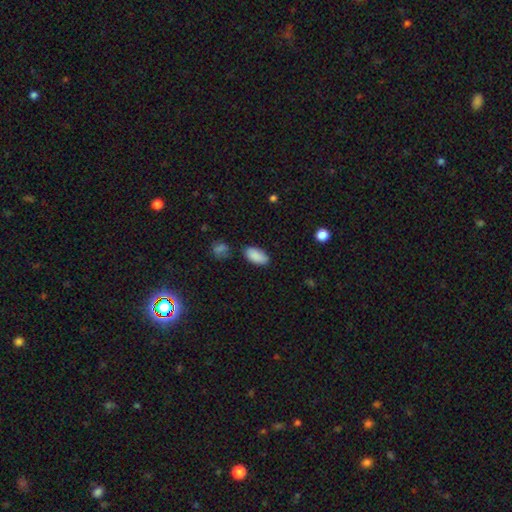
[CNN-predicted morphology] Smooth or featured?
  - smooth: 88% *
  - star or artifact: 7%
  - featured or disk: 5%
How rounded?
  - in between: 93% *
  - cigar-shaped: 4%
  - round: 2%
Merging?
  - none: 81% *
  - minor disturbance: 13%
  - merger: 4%
  - major disturbance: 3%